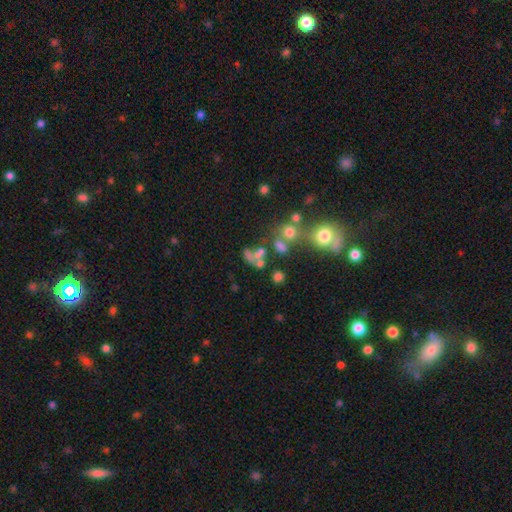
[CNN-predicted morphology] type=smooth (48%); merging=merger (37%, tied with none).